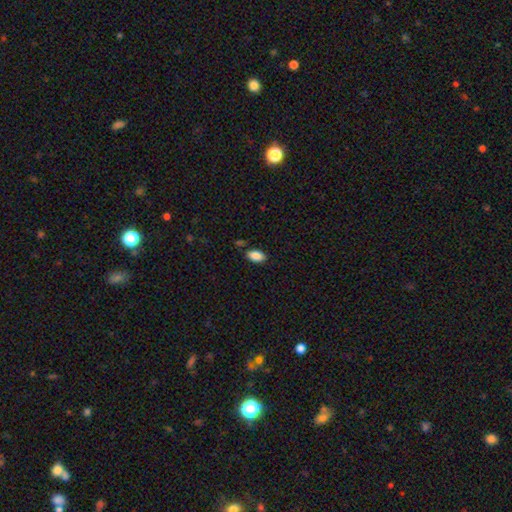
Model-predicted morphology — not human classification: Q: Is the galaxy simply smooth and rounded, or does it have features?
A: smooth — 88%.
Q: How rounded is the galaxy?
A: in between — 92%.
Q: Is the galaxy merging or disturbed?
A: none — 82%.